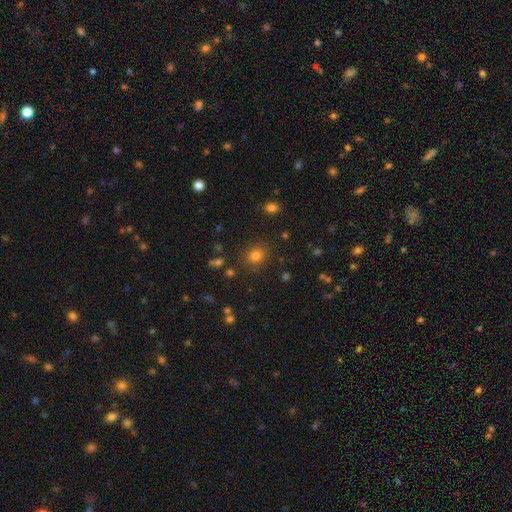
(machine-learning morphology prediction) This appears to be a smooth galaxy with no disk features (76%) that is round (75%). Merging: none (86%).